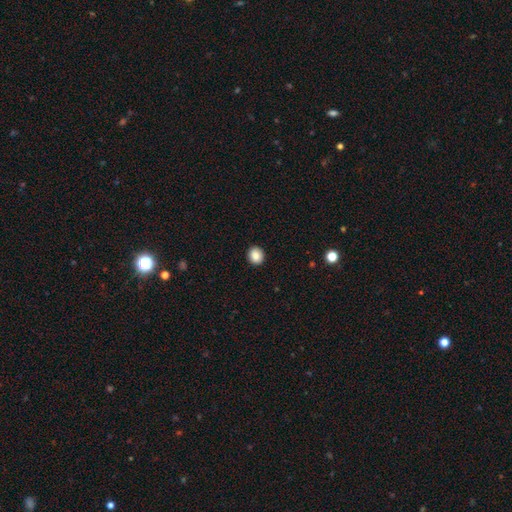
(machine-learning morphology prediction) smooth 86%, star or artifact 9%, featured or disk 5%. Down the decision tree: how rounded — round (81%); merging — none (92%).